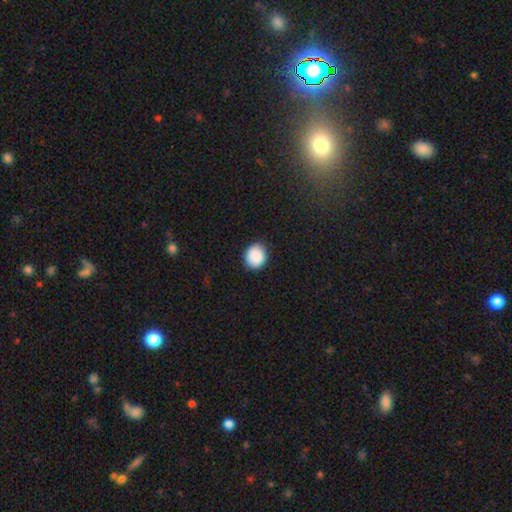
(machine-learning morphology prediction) smooth-or-featured: smooth: 90% | star or artifact: 7% | featured or disk: 3%
  how-rounded: round: 75% | in between: 24% | cigar-shaped: 1%
  merging: none: 89% | minor disturbance: 8% | major disturbance: 2% | merger: 1%